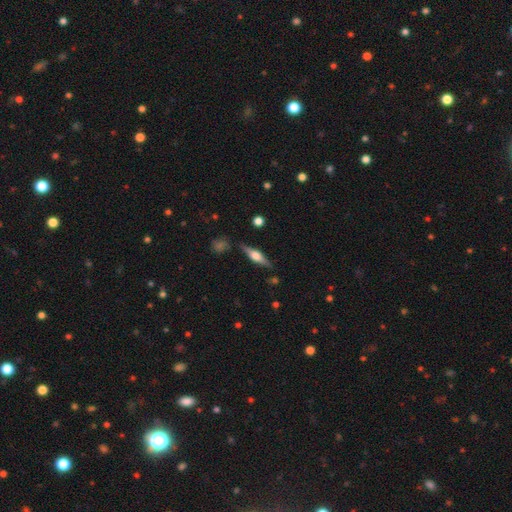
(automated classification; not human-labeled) Smooth or featured?
  - featured or disk: 64% *
  - smooth: 30%
  - star or artifact: 6%
Edge-on disk?
  - yes: 96% *
  - no: 4%
Edge-on bulge?
  - rounded: 88% *
  - boxy: 10%
  - none: 2%
Merging?
  - none: 85% *
  - minor disturbance: 10%
  - major disturbance: 2%
  - merger: 2%